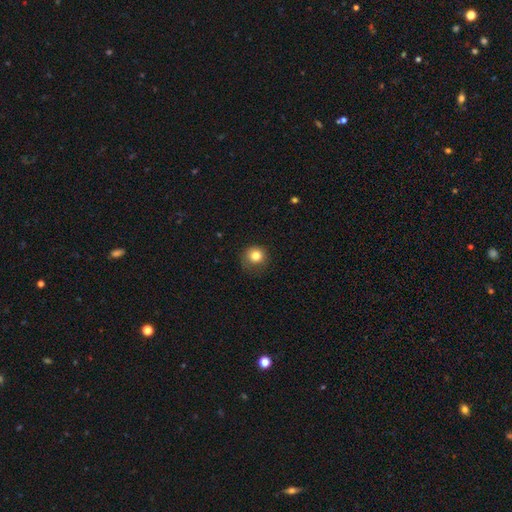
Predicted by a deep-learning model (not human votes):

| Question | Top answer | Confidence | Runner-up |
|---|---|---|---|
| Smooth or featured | smooth | 82% | star or artifact (12%) |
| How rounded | round | 91% | in between (8%) |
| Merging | none | 75% | minor disturbance (18%) |